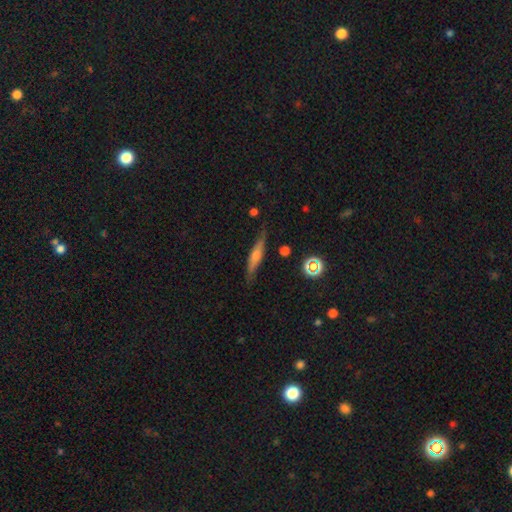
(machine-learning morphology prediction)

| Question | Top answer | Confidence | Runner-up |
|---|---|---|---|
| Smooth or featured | featured or disk | 54% | smooth (37%) |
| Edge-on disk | yes | 93% | no (7%) |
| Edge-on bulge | rounded | 73% | none (14%) |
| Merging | none | 82% | minor disturbance (14%) |